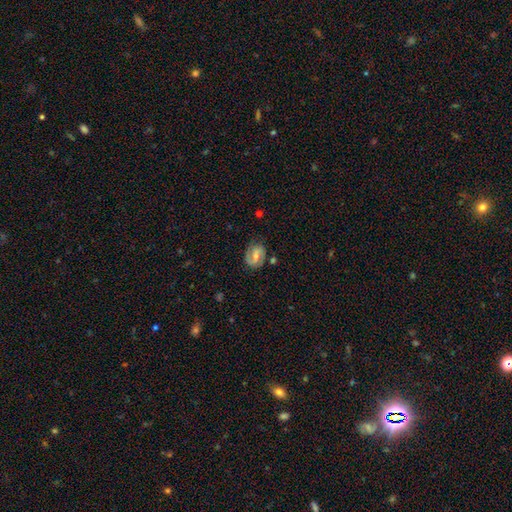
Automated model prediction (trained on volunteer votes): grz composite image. It shows a featured or disk galaxy (72%) with a weak bar (50%), 2 (85%) medium (47%) spiral arms (92%) and a moderate central bulge (45%). Merging: none (74%).